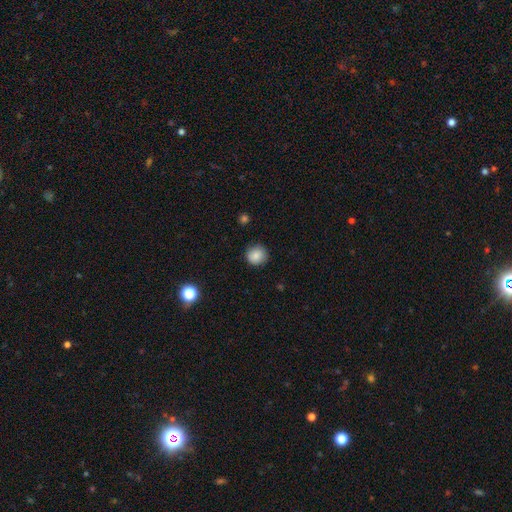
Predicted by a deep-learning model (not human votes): Smooth or featured: smooth — 85% (star or artifact — 9%)
How rounded: round — 92% (in between — 7%)
Merging: none — 87% (minor disturbance — 10%)